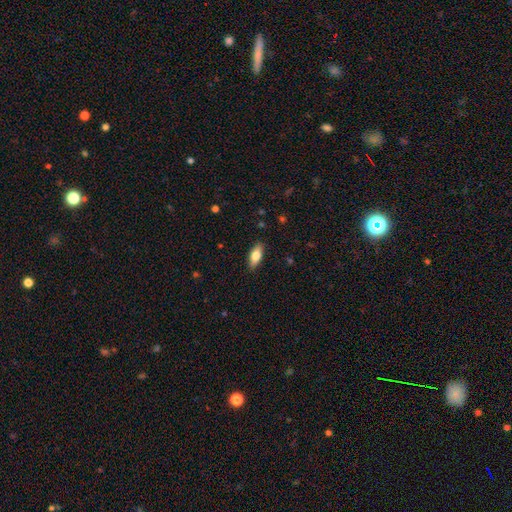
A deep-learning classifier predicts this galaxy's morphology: The model was most divided on "smooth or featured": smooth: 76%, featured or disk: 17%, star or artifact: 6%. More confident: merging — none (88%); how rounded — in between (81%).